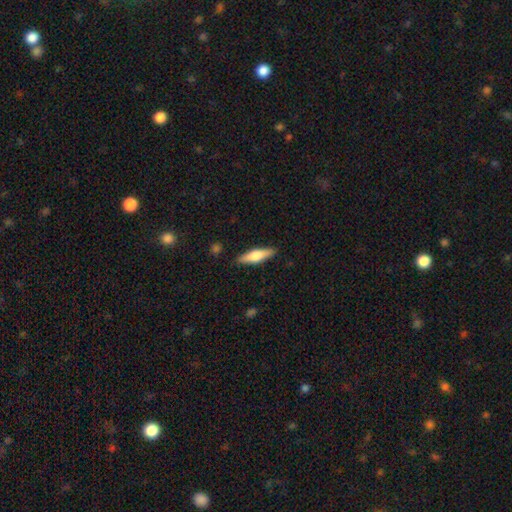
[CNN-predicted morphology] Smooth or featured?
  - smooth: 56% *
  - featured or disk: 39%
  - star or artifact: 6%
How rounded?
  - cigar-shaped: 63% *
  - in between: 35%
  - round: 2%
Merging?
  - none: 88% *
  - minor disturbance: 9%
  - major disturbance: 2%
  - merger: 1%